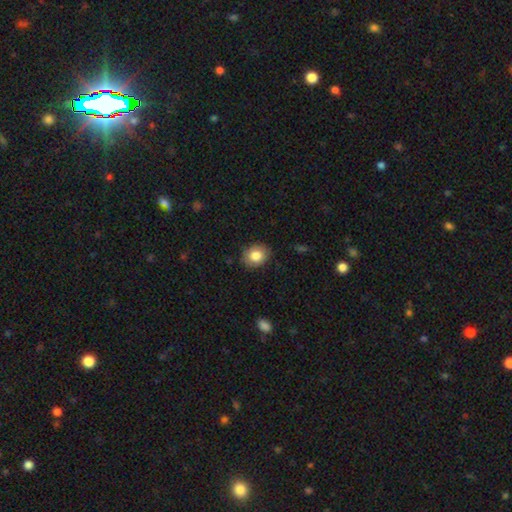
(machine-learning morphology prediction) This appears to be a smooth galaxy with no disk features (83%) that is round (61%). Merging: none (85%).